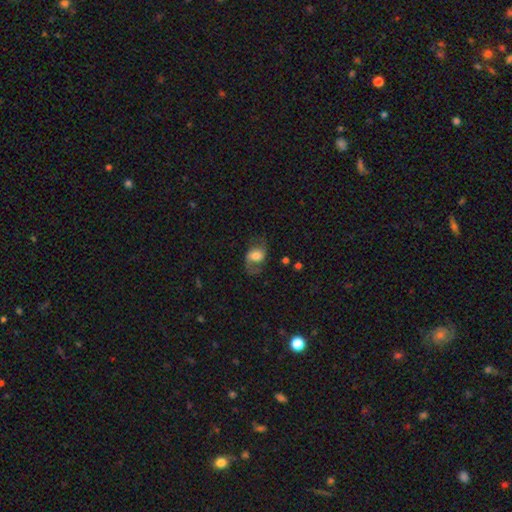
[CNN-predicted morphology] This is possibly a featured or disk galaxy (54%). It is clearly not viewed edge-on (95%). Bar: possibly no (49%). Spiral arm pattern: clearly yes (85%). Central bulge: marginally moderate (44%). Merging: likely none (62%).